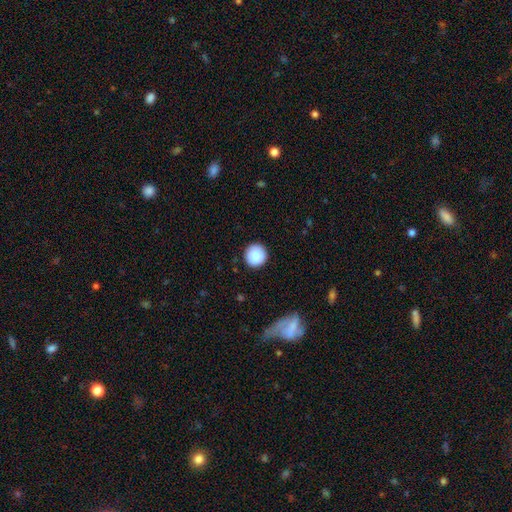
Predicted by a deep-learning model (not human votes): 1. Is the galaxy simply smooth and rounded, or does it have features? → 84% smooth, 8% star or artifact, 8% featured or disk.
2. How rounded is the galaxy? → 95% round, 4% in between, 1% cigar-shaped.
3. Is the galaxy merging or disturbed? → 91% none, 6% minor disturbance, 2% major disturbance, 1% merger.